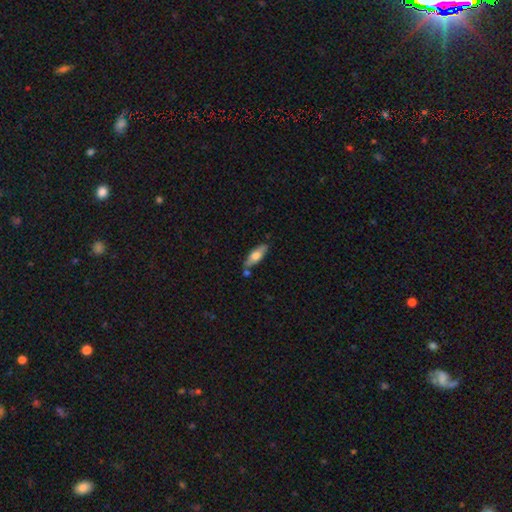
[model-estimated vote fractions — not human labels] Smooth or featured?
  - smooth: 59% *
  - featured or disk: 35%
  - star or artifact: 5%
How rounded?
  - in between: 58% *
  - cigar-shaped: 40%
  - round: 2%
Merging?
  - none: 73% *
  - minor disturbance: 15%
  - merger: 8%
  - major disturbance: 3%